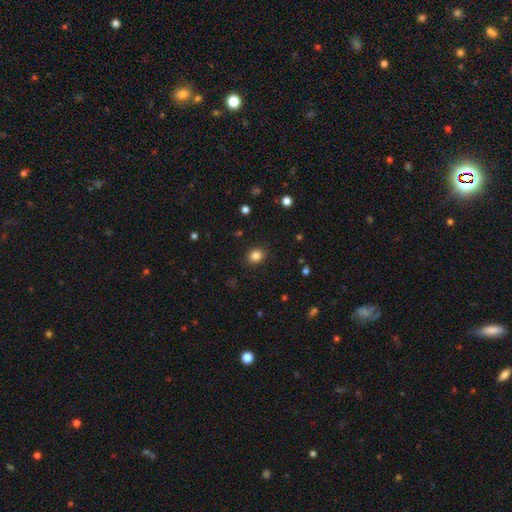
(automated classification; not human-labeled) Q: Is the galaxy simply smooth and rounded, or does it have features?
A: smooth — 84%.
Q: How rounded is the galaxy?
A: round — 50%.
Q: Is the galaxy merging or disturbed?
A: none — 89%.